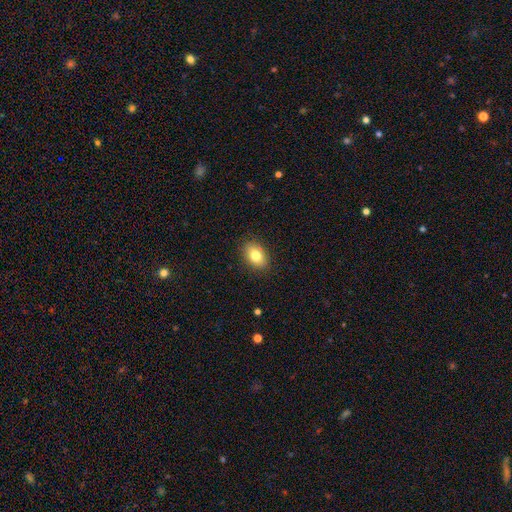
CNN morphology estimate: Q: Smooth or featured?
A: smooth (80%); runner-up: featured or disk (12%)
Q: How rounded?
A: in between (84%); runner-up: round (15%)
Q: Merging?
A: none (88%); runner-up: minor disturbance (9%)